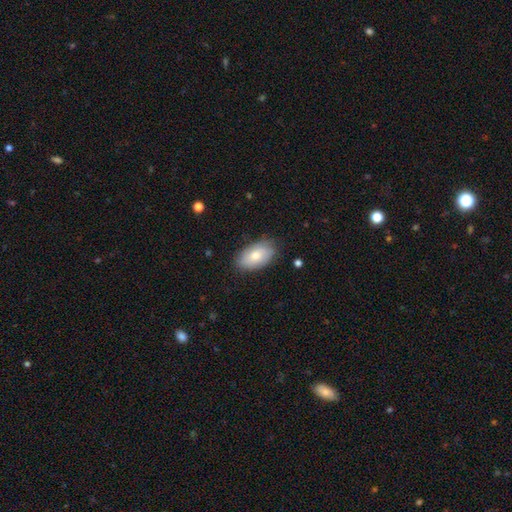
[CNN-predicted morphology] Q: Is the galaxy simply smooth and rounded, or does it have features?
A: smooth — 72%.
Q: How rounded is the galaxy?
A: in between — 93%.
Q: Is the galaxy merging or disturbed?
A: none — 80%.